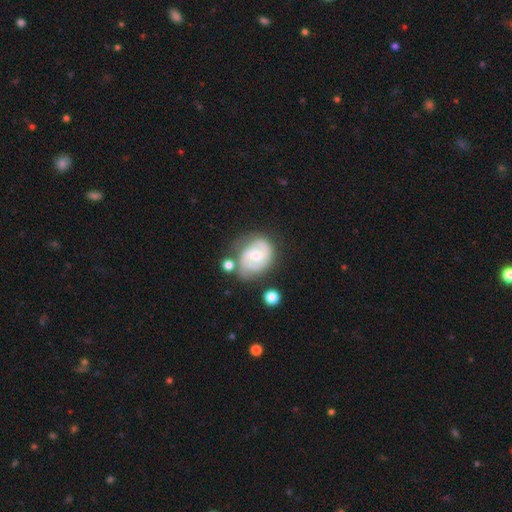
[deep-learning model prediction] Smooth or featured?
  - featured or disk: 74% *
  - smooth: 20%
  - star or artifact: 6%
Edge-on disk?
  - no: 97% *
  - yes: 3%
Bar?
  - no: 49% *
  - weak: 42%
  - strong: 8%
Spiral arms?
  - yes: 89% *
  - no: 11%
Spiral winding?
  - medium: 46% *
  - tight: 38%
  - loose: 15%
Spiral arm count?
  - 2: 73% *
  - can't tell: 14%
  - 3: 6%
  - 1: 4%
  - 4: 1%
  - more than 4: 1%
Bulge size?
  - moderate: 56% *
  - small: 37%
  - large: 4%
  - none: 2%
  - dominant: 1%
Merging?
  - none: 57% *
  - minor disturbance: 24%
  - merger: 10%
  - major disturbance: 10%